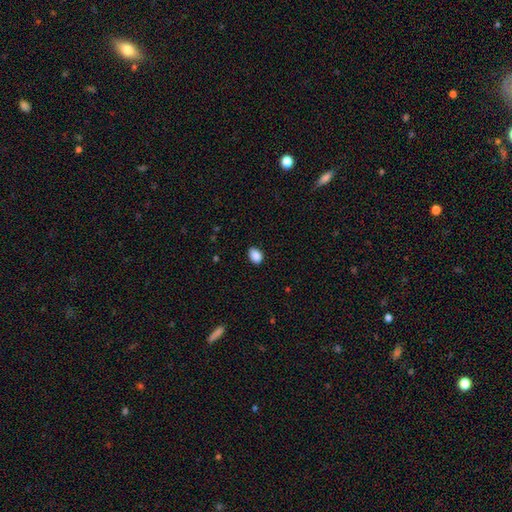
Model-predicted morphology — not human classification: Overall: smooth (89%). How rounded: in between (77%). Merging: none (83%).